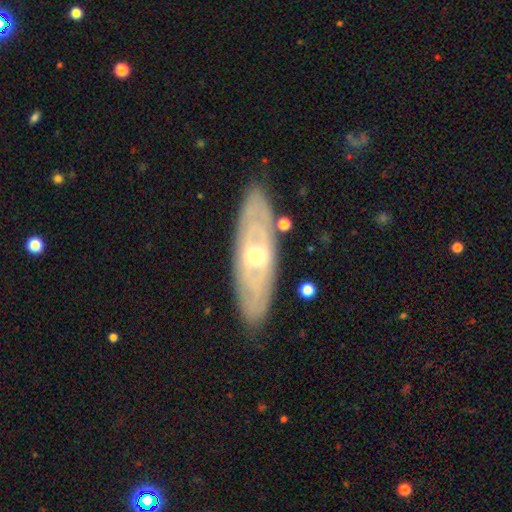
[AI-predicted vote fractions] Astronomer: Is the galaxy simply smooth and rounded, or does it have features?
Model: featured or disk — 73%.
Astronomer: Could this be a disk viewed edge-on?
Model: no — 74%.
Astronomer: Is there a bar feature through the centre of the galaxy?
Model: no — 56% (runner-up: weak, 32%).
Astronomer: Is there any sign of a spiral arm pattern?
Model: yes — 55% (runner-up: no, 45%).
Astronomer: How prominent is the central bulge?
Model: moderate — 62%.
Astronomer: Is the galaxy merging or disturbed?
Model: none — 85%.